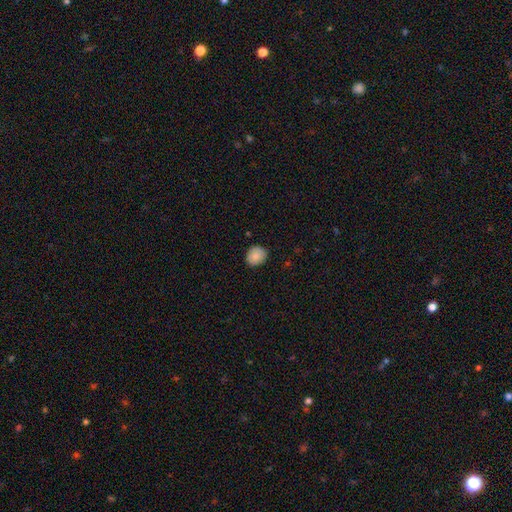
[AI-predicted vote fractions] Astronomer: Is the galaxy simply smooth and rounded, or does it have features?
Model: smooth — 87%.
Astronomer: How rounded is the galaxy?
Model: round — 69%.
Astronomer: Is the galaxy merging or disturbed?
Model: none — 86%.